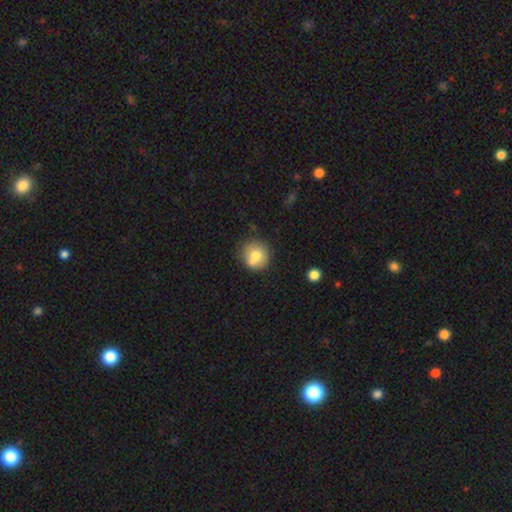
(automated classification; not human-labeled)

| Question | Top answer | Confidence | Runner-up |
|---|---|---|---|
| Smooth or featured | smooth | 71% | featured or disk (20%) |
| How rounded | round | 89% | in between (10%) |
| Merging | none | 62% | merger (21%) |